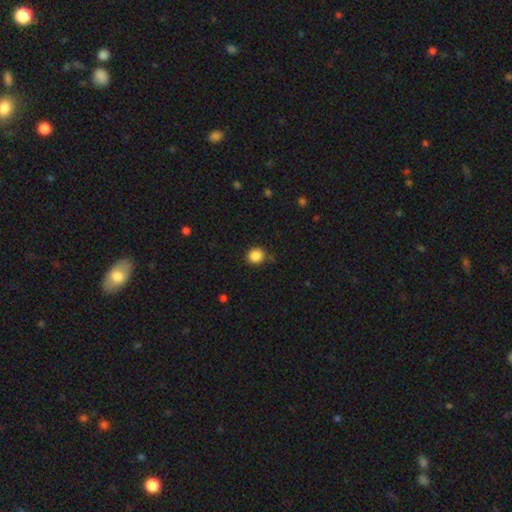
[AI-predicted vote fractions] smooth 87%, star or artifact 10%, featured or disk 3%. Down the decision tree: how rounded — round (83%); merging — none (83%).